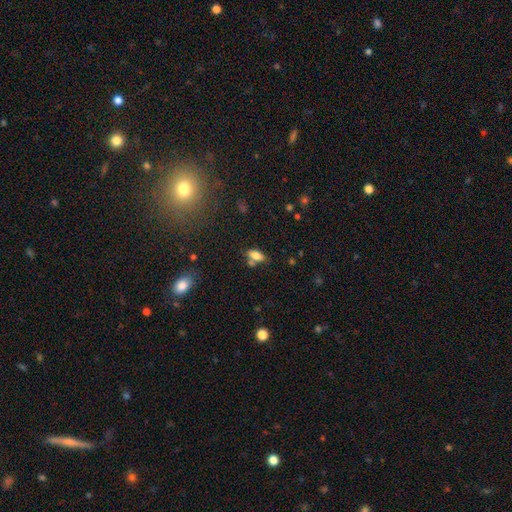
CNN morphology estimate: Smooth or featured? smooth (74%)
How rounded? in between (84%)
Merging? none (60%)